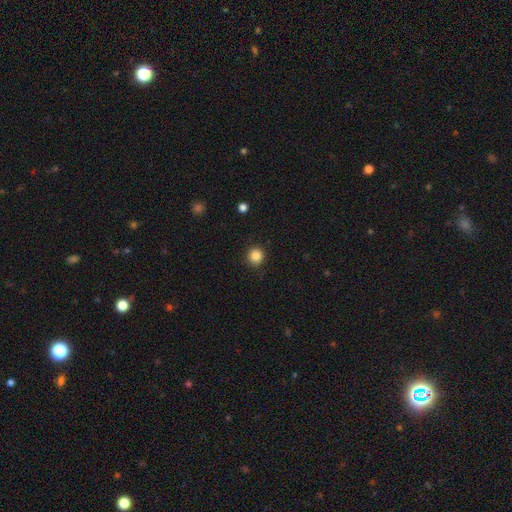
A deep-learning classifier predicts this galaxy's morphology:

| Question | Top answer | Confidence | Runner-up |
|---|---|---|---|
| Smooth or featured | smooth | 86% | star or artifact (11%) |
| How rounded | round | 94% | in between (5%) |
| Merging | none | 91% | minor disturbance (6%) |